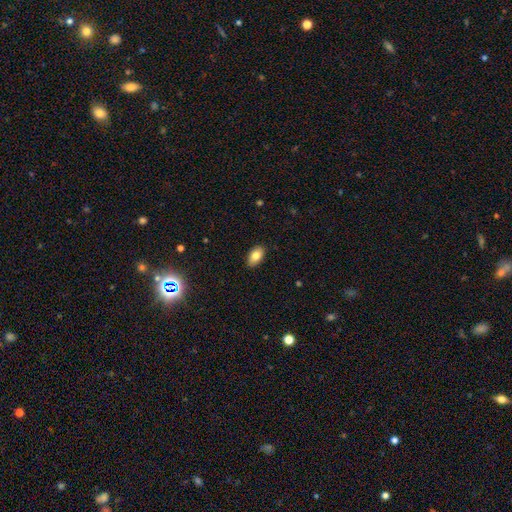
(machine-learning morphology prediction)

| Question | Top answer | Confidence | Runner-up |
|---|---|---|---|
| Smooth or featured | smooth | 81% | featured or disk (11%) |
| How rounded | in between | 92% | round (5%) |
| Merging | none | 88% | minor disturbance (9%) |